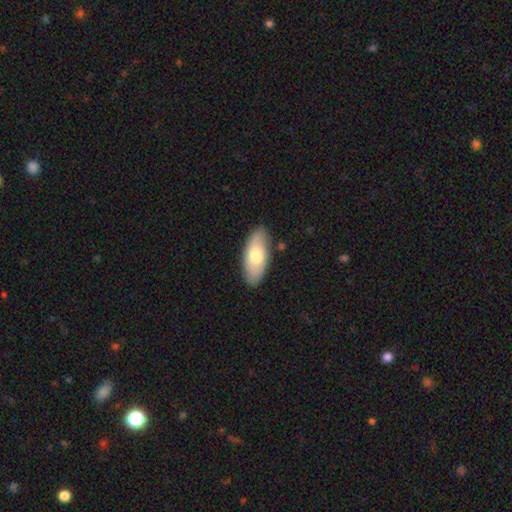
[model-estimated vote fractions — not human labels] This is likely a smooth galaxy (71%). How rounded: clearly in between (86%). Merging: clearly none (86%).